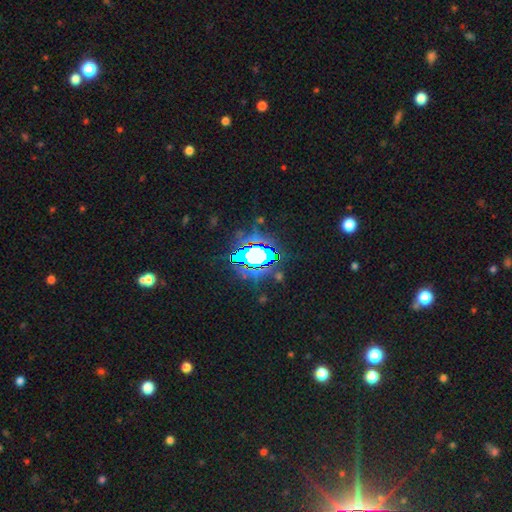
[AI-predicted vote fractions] The model was most divided on "smooth or featured": star or artifact: 65%, smooth: 20%, featured or disk: 14%.